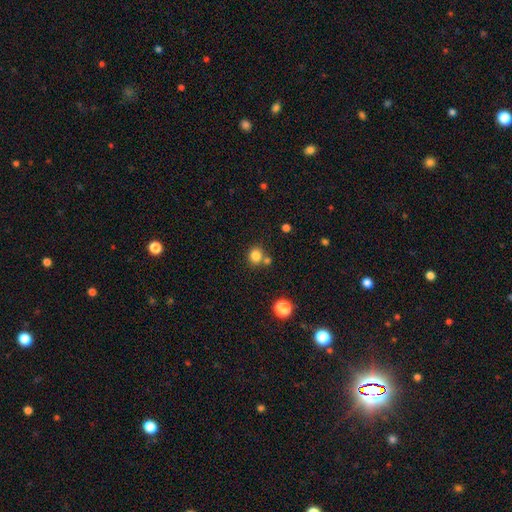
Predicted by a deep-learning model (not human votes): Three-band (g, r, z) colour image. It shows a smooth galaxy with no disk features (82%) that is round (82%). Merging: none (67%).